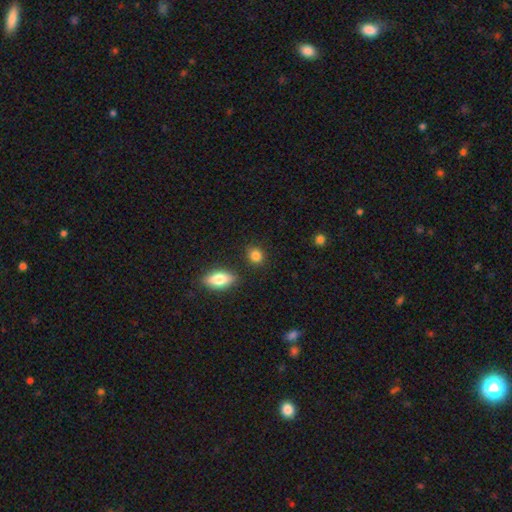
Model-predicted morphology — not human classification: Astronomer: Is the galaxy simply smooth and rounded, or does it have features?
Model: smooth — 84%.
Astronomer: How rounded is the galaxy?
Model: round — 72%.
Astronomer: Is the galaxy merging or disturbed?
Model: none — 83%.